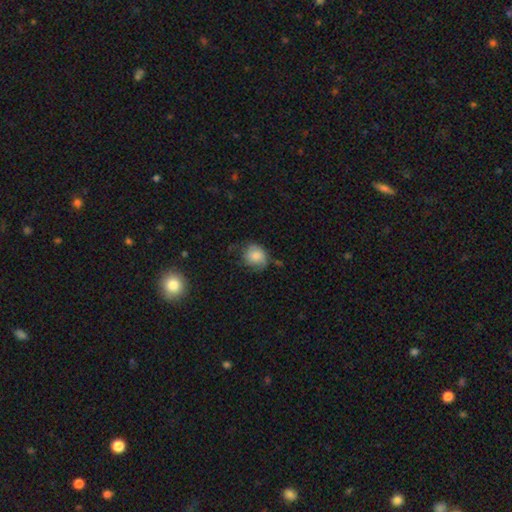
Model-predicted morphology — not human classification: smooth_or_featured: smooth (p=0.79) [alt: featured or disk p=0.13]
how_rounded: round (p=0.70) [alt: in between p=0.29]
merging: none (p=0.52) [alt: minor disturbance p=0.34]